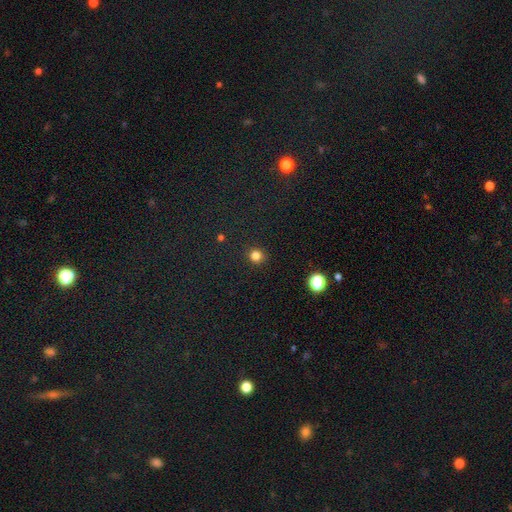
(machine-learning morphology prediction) Smooth or featured?
  - smooth: 82% *
  - star or artifact: 14%
  - featured or disk: 4%
How rounded?
  - round: 92% *
  - in between: 7%
  - cigar-shaped: 1%
Merging?
  - none: 91% *
  - minor disturbance: 6%
  - major disturbance: 2%
  - merger: 1%